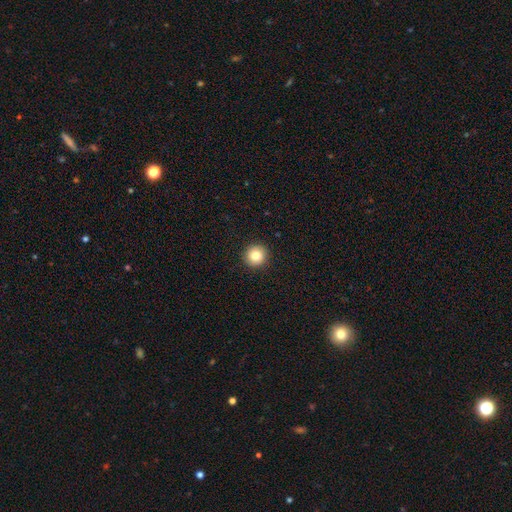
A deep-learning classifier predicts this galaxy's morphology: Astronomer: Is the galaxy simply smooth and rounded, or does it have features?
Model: smooth — 83%.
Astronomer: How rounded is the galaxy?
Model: round — 95%.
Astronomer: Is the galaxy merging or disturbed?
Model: none — 93%.